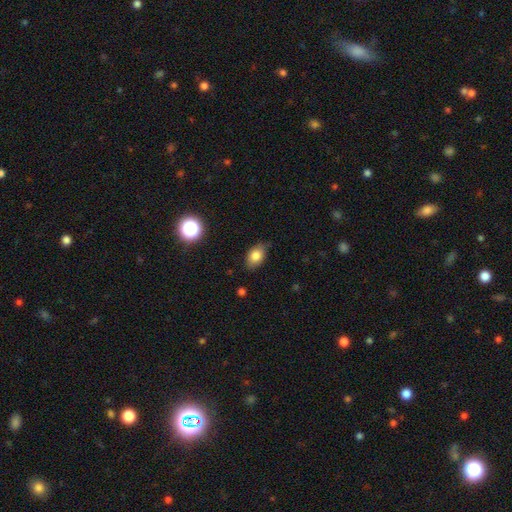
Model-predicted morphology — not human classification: Smooth or featured: smooth — 81% (star or artifact — 10%)
How rounded: in between — 81% (round — 17%)
Merging: none — 79% (minor disturbance — 17%)